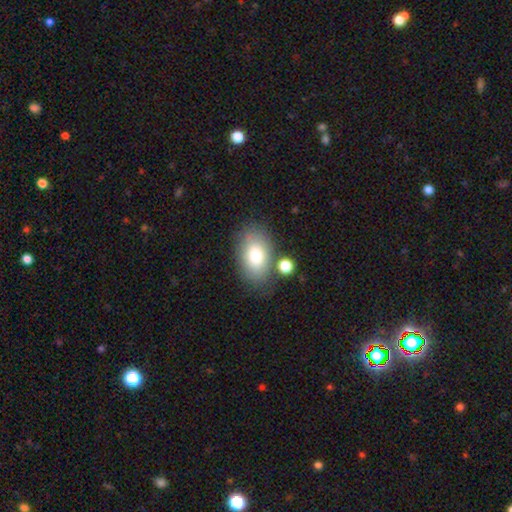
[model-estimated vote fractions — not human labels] Smooth or featured?
  - smooth: 77% *
  - featured or disk: 14%
  - star or artifact: 8%
How rounded?
  - in between: 89% *
  - round: 9%
  - cigar-shaped: 1%
Merging?
  - none: 71% *
  - minor disturbance: 15%
  - merger: 9%
  - major disturbance: 5%